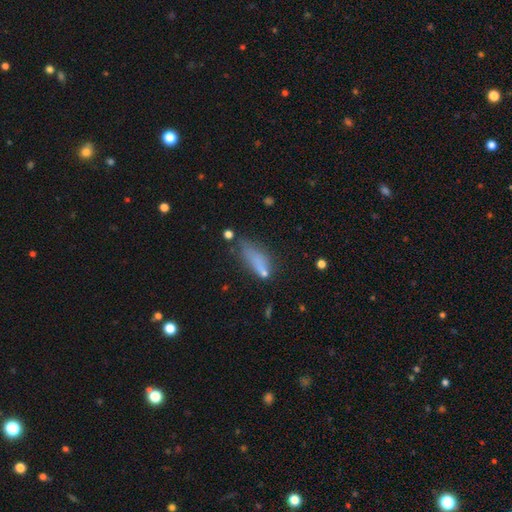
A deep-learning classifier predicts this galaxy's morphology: This is likely a smooth galaxy (69%). How rounded: possibly in between (55%). Merging: marginally none (39%).